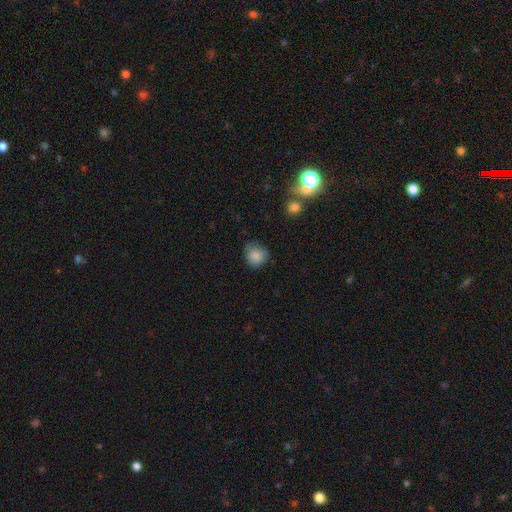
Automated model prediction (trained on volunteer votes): A smooth galaxy with no disk features (85%) that is round (83%). Merging: none (67%).